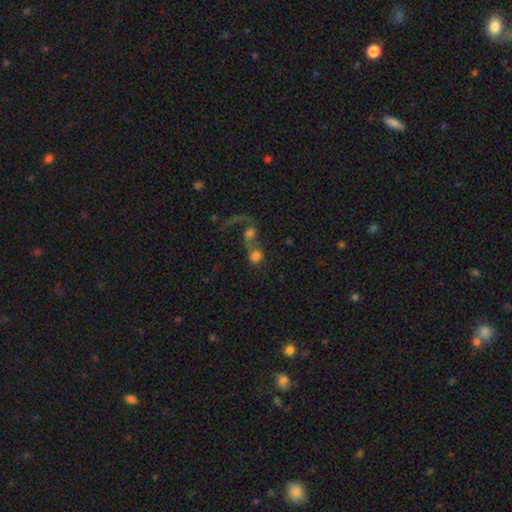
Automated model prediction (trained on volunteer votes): smooth-or-featured: smooth: 63% | featured or disk: 24% | star or artifact: 13%
  how-rounded: round: 78% | in between: 20% | cigar-shaped: 2%
  merging: merger: 73% | none: 14% | major disturbance: 9% | minor disturbance: 4%